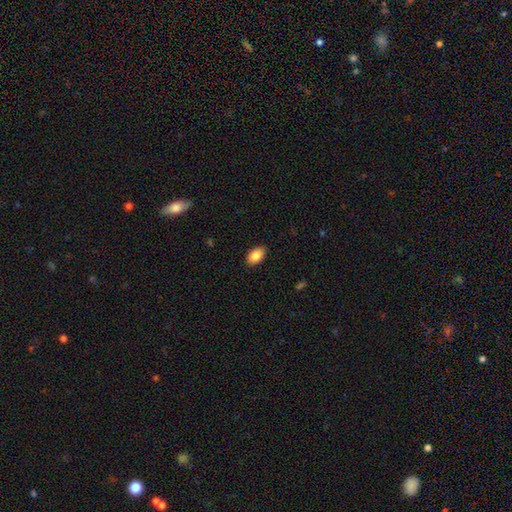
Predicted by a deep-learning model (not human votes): smooth_or_featured: smooth (p=0.87) [alt: star or artifact p=0.07]
how_rounded: in between (p=0.92) [alt: round p=0.06]
merging: none (p=0.86) [alt: minor disturbance p=0.11]